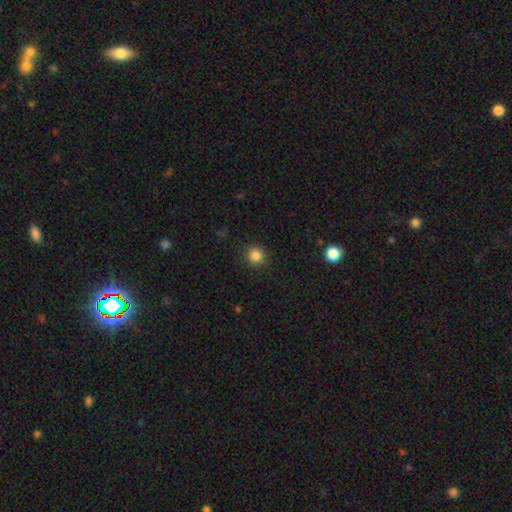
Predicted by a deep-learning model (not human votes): This appears to be a smooth galaxy with no disk features (84%) that is round (93%). Merging: none (90%).